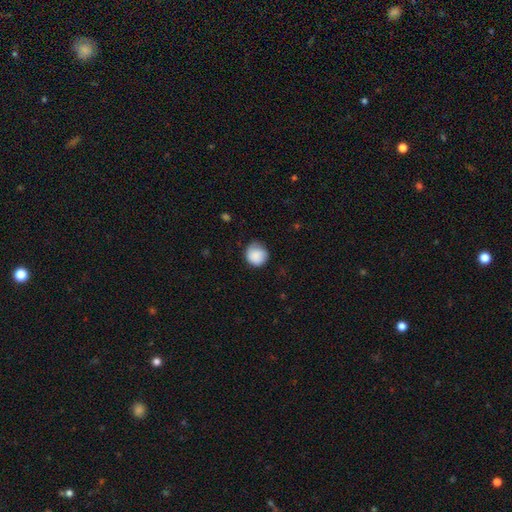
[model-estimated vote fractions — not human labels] This appears to be a smooth galaxy with no disk features (86%) that is round (91%). Merging: none (68%).